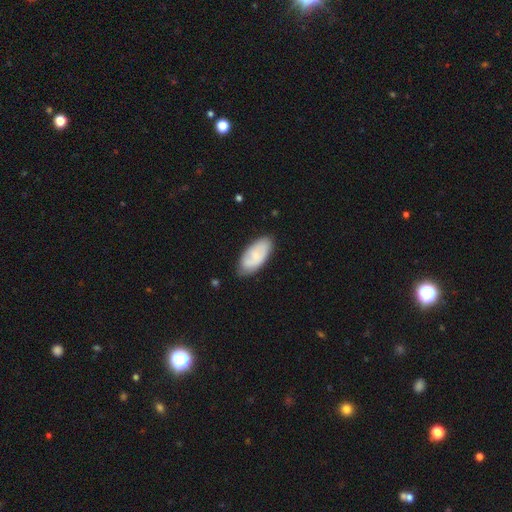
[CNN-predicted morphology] smooth 65%, featured or disk 29%, star or artifact 6%. Down the decision tree: how rounded — in between (92%); merging — none (77%).